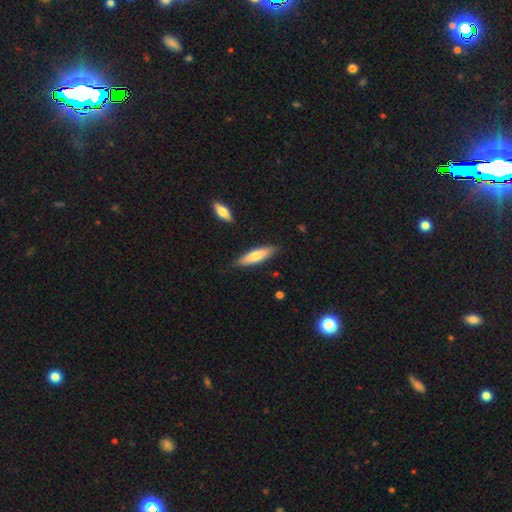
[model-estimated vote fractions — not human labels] Smooth or featured: smooth — 69% (featured or disk — 26%)
How rounded: cigar-shaped — 68% (in between — 31%)
Merging: none — 84% (minor disturbance — 11%)